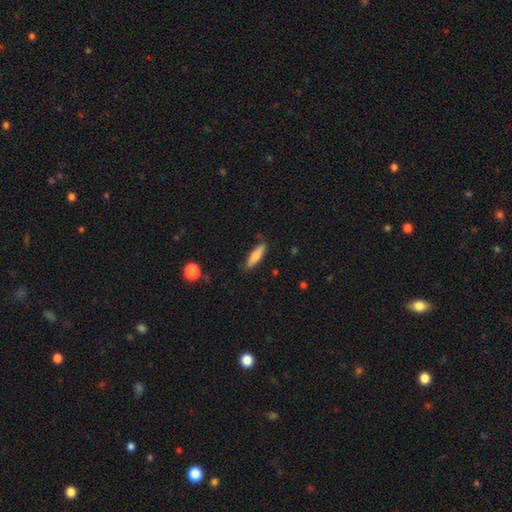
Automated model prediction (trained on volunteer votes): A smooth galaxy with no disk features (74%) that is cigar-shaped (65%). Merging: none (83%).